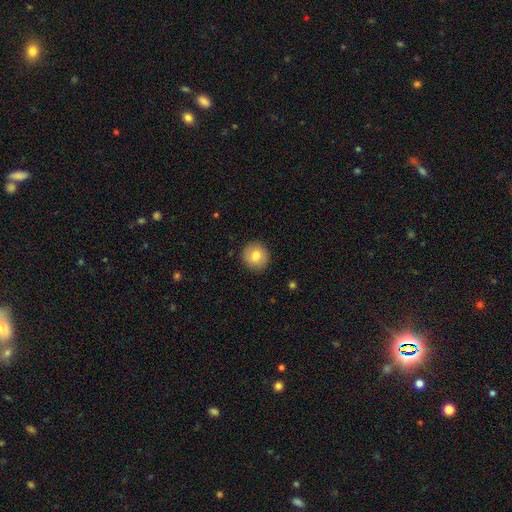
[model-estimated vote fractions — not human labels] This appears to be a smooth galaxy with no disk features (78%) that is round (92%). Merging: none (90%).